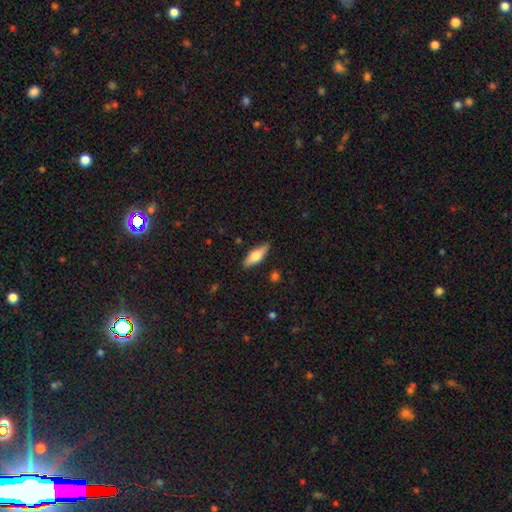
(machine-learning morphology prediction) Smooth or featured? smooth (54%)
How rounded? in between (58%)
Merging? none (86%)